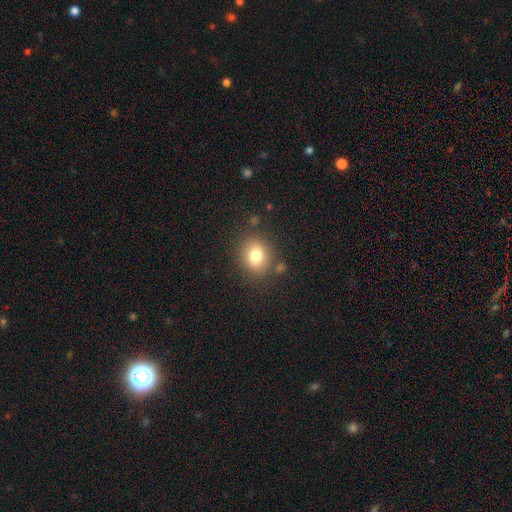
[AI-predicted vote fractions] This is likely a smooth galaxy (79%). How rounded: likely round (62%). Merging: clearly none (81%).